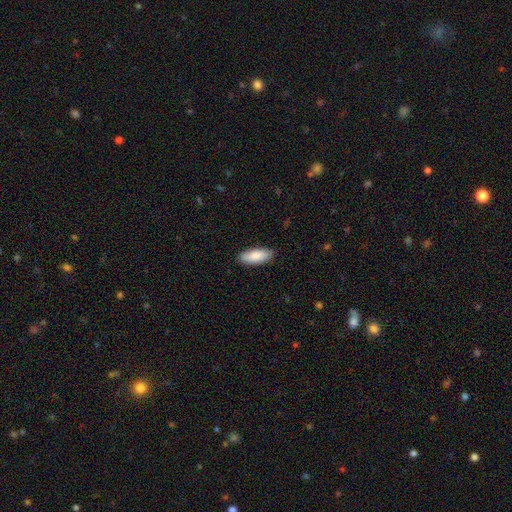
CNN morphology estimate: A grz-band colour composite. It shows a smooth galaxy with no disk features (87%) that is in between round and cigar-shaped (78%). Merging: none (86%).